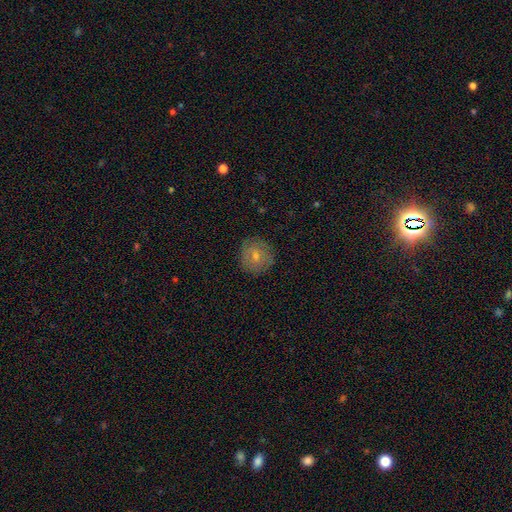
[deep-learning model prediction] This appears to be a smooth galaxy with no disk features (55%) that is round (93%). Merging: none (87%).